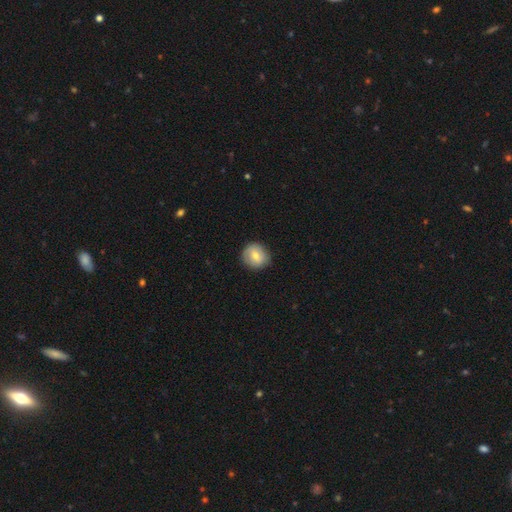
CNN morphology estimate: A smooth galaxy with no disk features (66%) that is round (87%). Merging: none (82%).